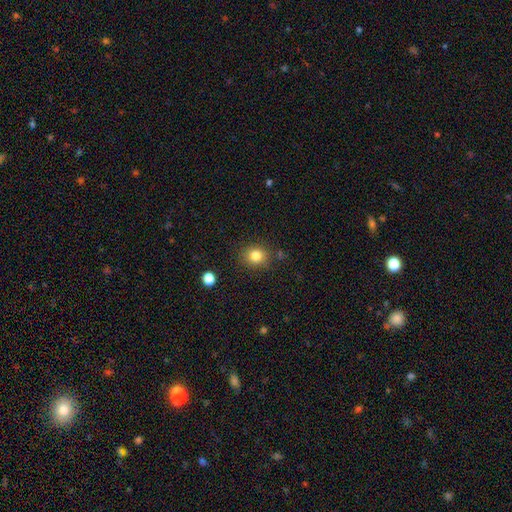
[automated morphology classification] This is clearly a smooth galaxy (83%). How rounded: likely round (73%). Merging: clearly none (84%).